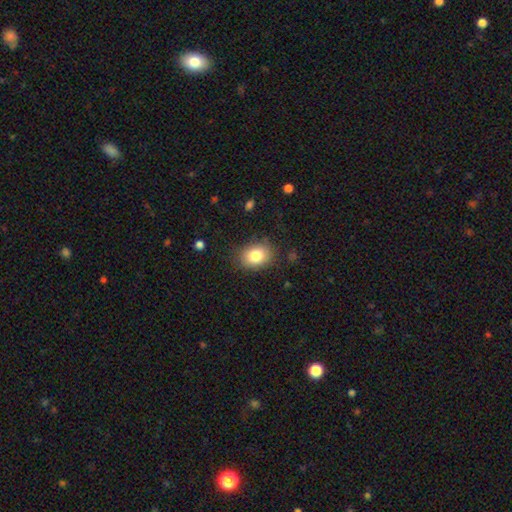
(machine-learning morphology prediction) A smooth galaxy with no disk features (82%) that is in between round and cigar-shaped (66%). Merging: none (84%).